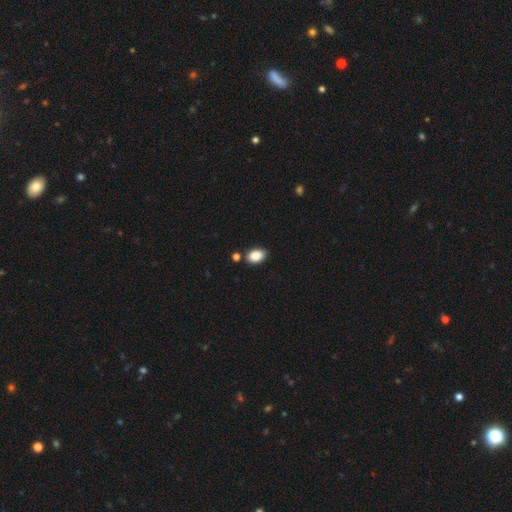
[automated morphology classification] The model was most divided on "merging": none: 80%, minor disturbance: 12%, merger: 6%, major disturbance: 2%. More confident: how rounded — in between (88%); smooth or featured — smooth (88%).